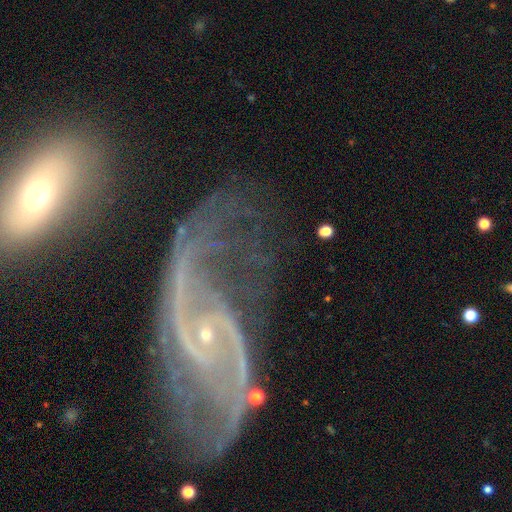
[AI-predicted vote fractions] Q: Smooth or featured?
A: featured or disk (89%); runner-up: star or artifact (7%)
Q: Edge-on disk?
A: no (96%); runner-up: yes (4%)
Q: Bar?
A: no (42%); runner-up: weak (37%)
Q: Spiral arms?
A: yes (95%); runner-up: no (5%)
Q: Spiral winding?
A: loose (56%); runner-up: medium (33%)
Q: Spiral arm count?
A: 2 (86%); runner-up: can't tell (4%)
Q: Bulge size?
A: small (85%); runner-up: moderate (9%)
Q: Merging?
A: none (45%); runner-up: major disturbance (24%)